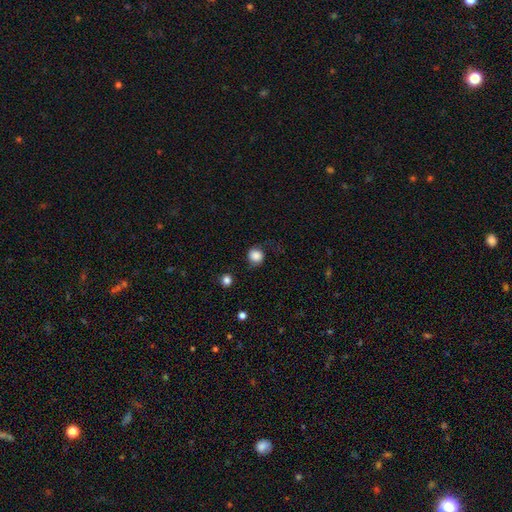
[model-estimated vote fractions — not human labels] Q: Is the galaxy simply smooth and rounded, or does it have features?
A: smooth — 82%.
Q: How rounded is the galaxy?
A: round — 85%.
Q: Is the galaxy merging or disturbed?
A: none — 69%.